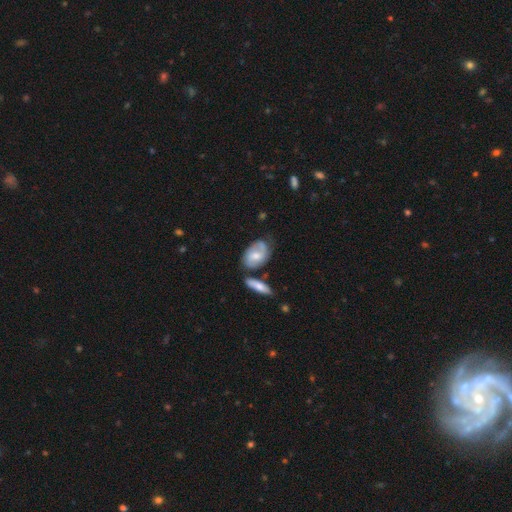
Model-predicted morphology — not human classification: featured or disk 49%, smooth 45%, star or artifact 6%. Down the decision tree: merging — none (56%).